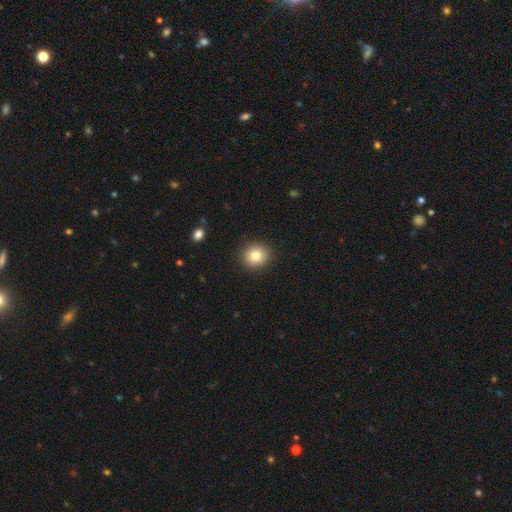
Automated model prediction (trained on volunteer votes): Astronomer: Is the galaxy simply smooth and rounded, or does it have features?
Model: smooth — 81%.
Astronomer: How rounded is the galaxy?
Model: round — 81%.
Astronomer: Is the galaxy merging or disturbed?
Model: none — 91%.